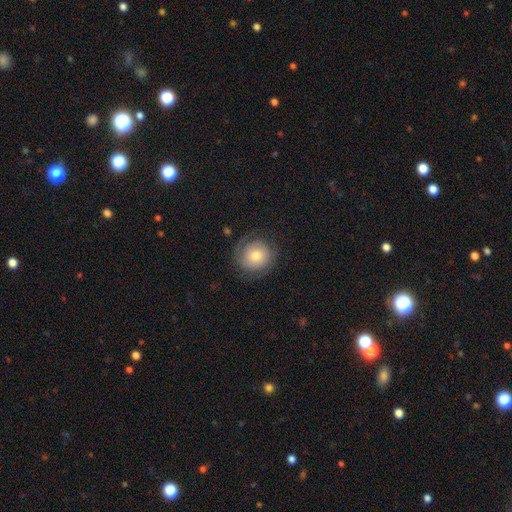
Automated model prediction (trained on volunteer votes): smooth_or_featured: smooth (p=0.58) [alt: featured or disk p=0.33]
how_rounded: round (p=0.88) [alt: in between p=0.11]
merging: none (p=0.75) [alt: minor disturbance p=0.16]